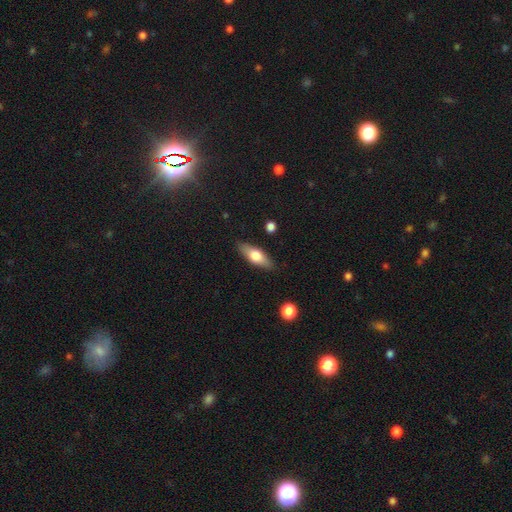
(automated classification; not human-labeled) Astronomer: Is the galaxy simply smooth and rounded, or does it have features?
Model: smooth — 63%.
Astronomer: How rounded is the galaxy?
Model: in between — 64%.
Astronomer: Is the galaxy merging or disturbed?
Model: none — 85%.